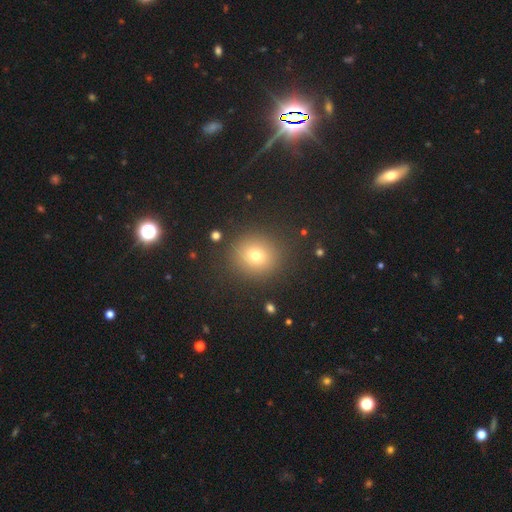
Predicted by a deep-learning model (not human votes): Q: Smooth or featured?
A: smooth (70%); runner-up: star or artifact (21%)
Q: How rounded?
A: round (85%); runner-up: in between (14%)
Q: Merging?
A: none (89%); runner-up: minor disturbance (6%)